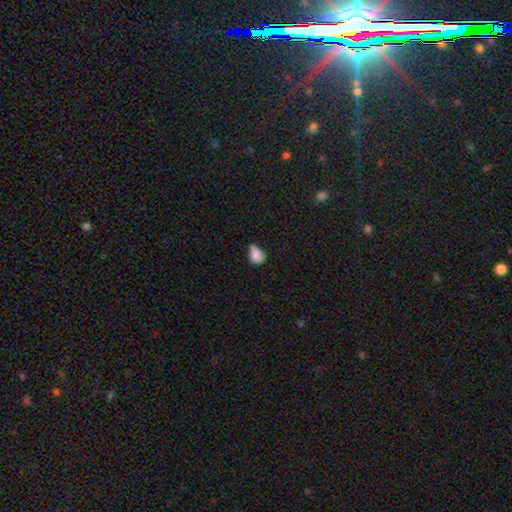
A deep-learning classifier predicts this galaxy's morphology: Smooth or featured: smooth — 79% (featured or disk — 12%)
How rounded: in between — 68% (round — 30%)
Merging: minor disturbance — 47% (none — 32%)